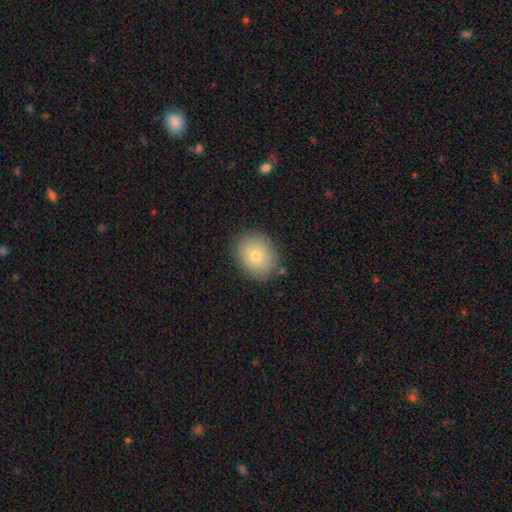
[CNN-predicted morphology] A smooth galaxy with no disk features (75%) that is round (53%). Merging: none (85%).